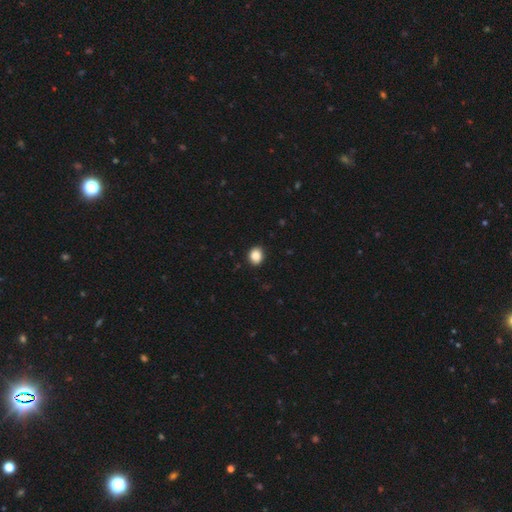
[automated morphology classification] type=smooth (88%); roundness=round (60%); merging=none (88%).